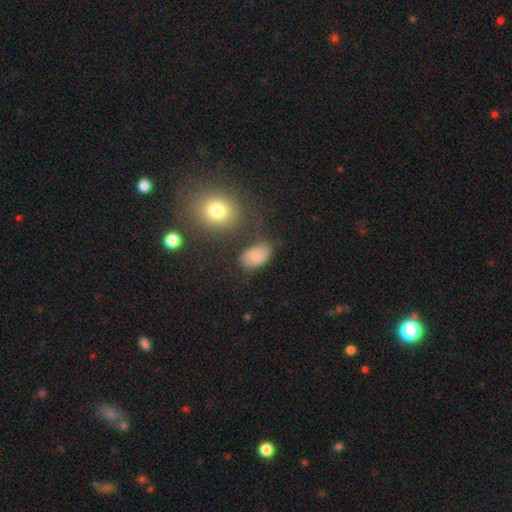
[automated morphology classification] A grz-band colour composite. It shows a smooth galaxy with no disk features (78%) that is in between round and cigar-shaped (90%). Merging: none (69%).